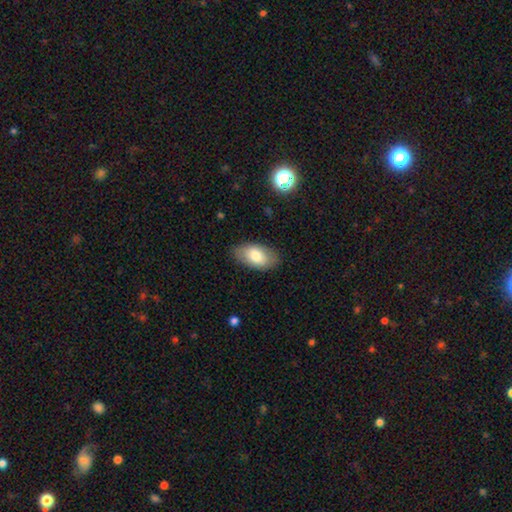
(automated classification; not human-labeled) Overall: smooth (79%). How rounded: in between (94%). Merging: none (82%).